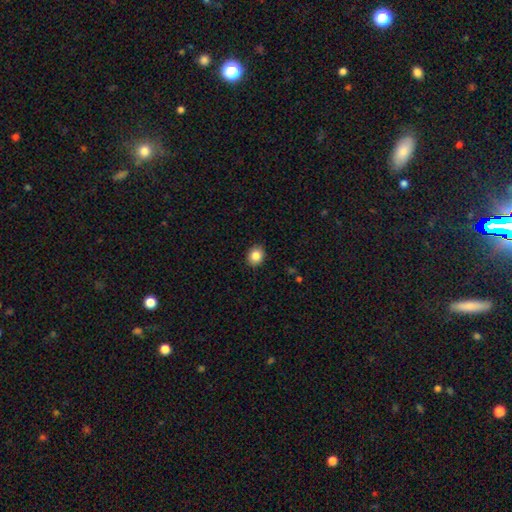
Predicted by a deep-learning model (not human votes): Q: Smooth or featured?
A: smooth (85%); runner-up: star or artifact (9%)
Q: How rounded?
A: round (65%); runner-up: in between (35%)
Q: Merging?
A: none (90%); runner-up: minor disturbance (7%)